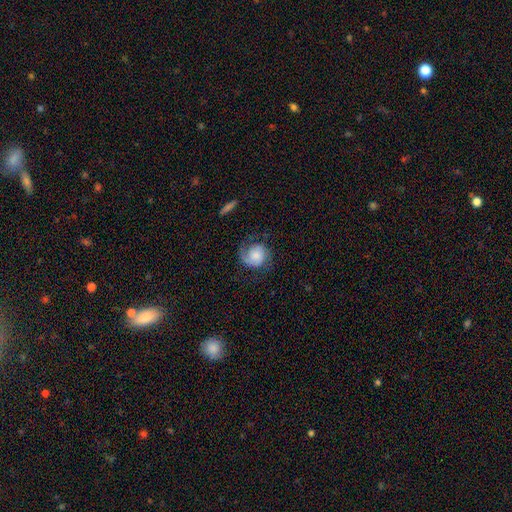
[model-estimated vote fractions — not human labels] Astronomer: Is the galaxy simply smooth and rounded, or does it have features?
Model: featured or disk — 61%.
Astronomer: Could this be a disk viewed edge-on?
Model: no — 98%.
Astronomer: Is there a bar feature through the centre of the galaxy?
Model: no — 72%.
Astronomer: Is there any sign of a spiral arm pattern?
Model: yes — 93%.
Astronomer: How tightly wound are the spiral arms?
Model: medium — 40% (runner-up: tight, 39%).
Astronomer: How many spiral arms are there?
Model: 2 — 48% (runner-up: 1, 41%).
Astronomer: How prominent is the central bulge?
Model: moderate — 29% (runner-up: small, 26%).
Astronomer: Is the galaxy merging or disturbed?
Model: none — 62%.